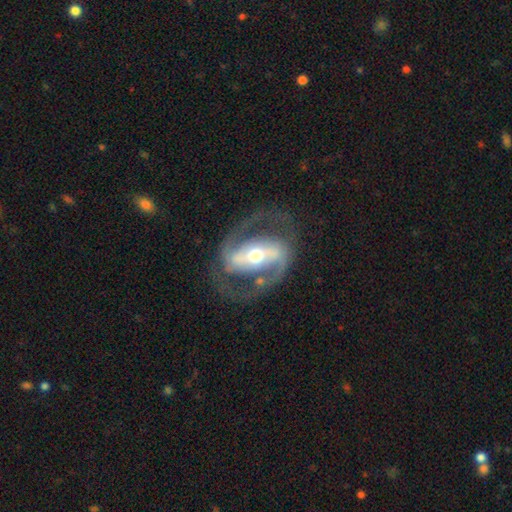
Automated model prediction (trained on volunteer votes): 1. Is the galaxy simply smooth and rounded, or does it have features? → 90% featured or disk, 5% smooth, 4% star or artifact.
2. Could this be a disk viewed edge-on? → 97% no, 3% yes.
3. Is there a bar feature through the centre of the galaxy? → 62% strong, 24% weak, 14% no.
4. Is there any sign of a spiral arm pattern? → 95% yes, 5% no.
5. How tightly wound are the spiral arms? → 61% medium, 20% tight, 19% loose.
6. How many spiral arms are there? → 93% 2, 2% can't tell, 1% 1, 1% 3, 1% 4, 1% more than 4.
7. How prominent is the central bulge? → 67% moderate, 20% small, 11% large, 2% dominant, 1% none.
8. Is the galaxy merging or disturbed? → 76% none, 12% minor disturbance, 10% major disturbance, 2% merger.